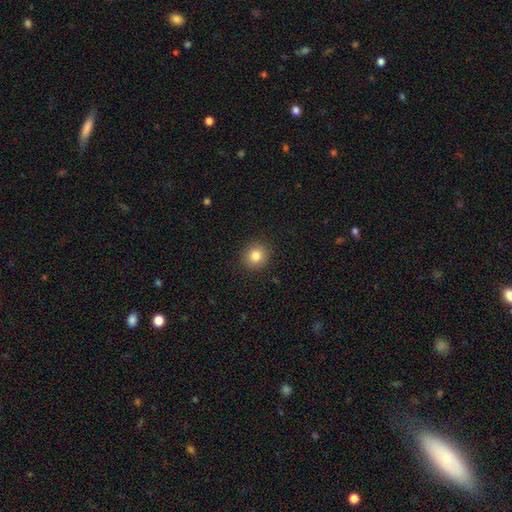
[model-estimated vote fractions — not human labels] Overall: smooth (82%). How rounded: round (87%). Merging: none (91%).